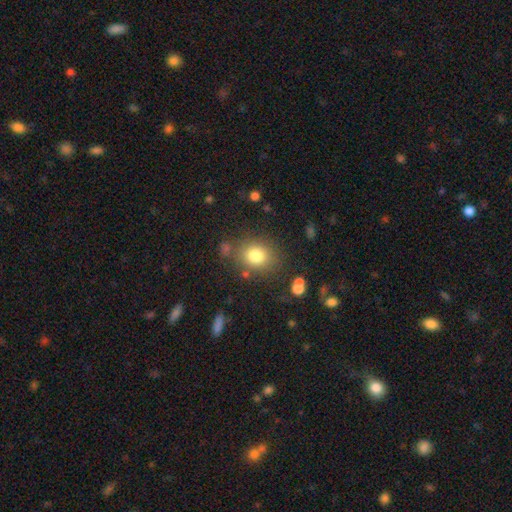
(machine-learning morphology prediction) Smooth or featured? smooth (80%)
How rounded? round (68%)
Merging? none (78%)